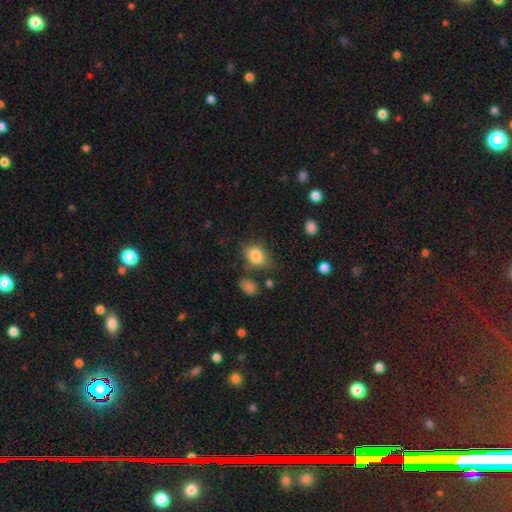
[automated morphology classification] Overall: smooth (82%). How rounded: in between (70%). Merging: none (61%; minor disturbance 24%).